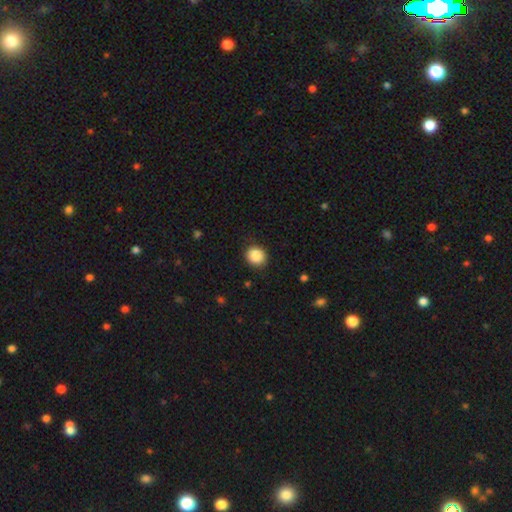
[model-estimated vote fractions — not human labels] This is clearly a smooth galaxy (87%). How rounded: clearly round (80%). Merging: clearly none (88%).